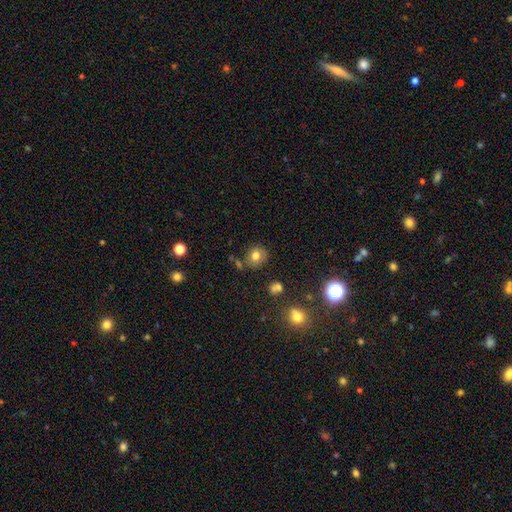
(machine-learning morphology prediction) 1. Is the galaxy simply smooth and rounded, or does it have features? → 76% smooth, 13% star or artifact, 11% featured or disk.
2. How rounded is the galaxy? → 79% round, 20% in between, 1% cigar-shaped.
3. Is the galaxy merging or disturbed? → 76% none, 14% minor disturbance, 7% merger, 4% major disturbance.